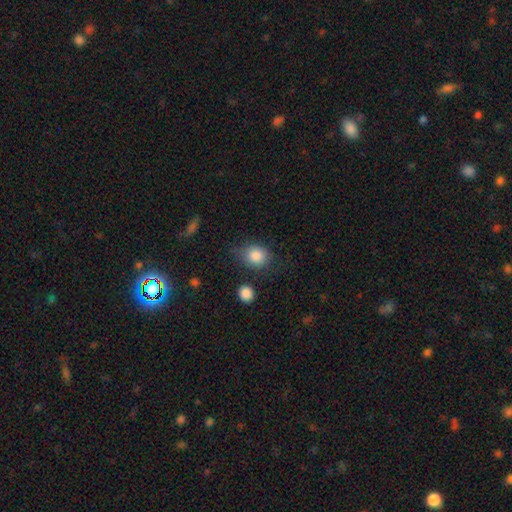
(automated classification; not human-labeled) Smooth or featured?
  - smooth: 85% *
  - star or artifact: 8%
  - featured or disk: 6%
How rounded?
  - round: 64% *
  - in between: 34%
  - cigar-shaped: 1%
Merging?
  - none: 66% *
  - minor disturbance: 22%
  - major disturbance: 8%
  - merger: 5%